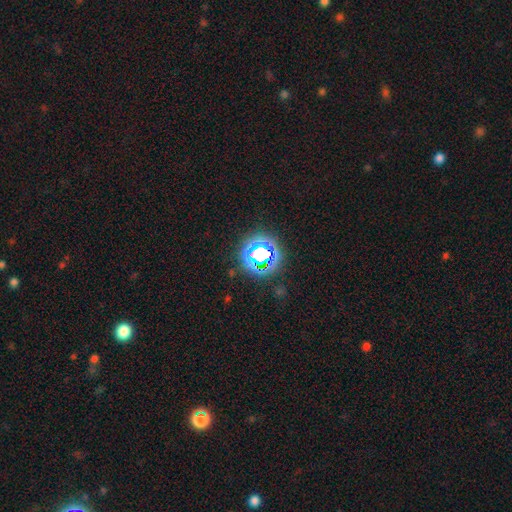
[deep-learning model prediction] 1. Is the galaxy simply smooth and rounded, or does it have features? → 68% star or artifact, 21% smooth, 11% featured or disk.